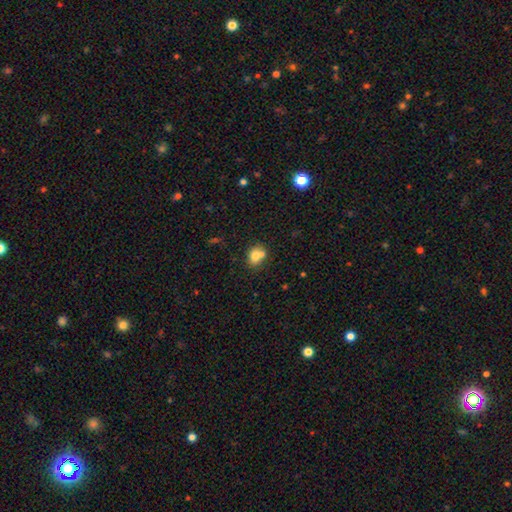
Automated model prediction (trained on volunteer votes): This is likely a smooth galaxy (75%). How rounded: possibly round (58%). Merging: possibly none (47%).